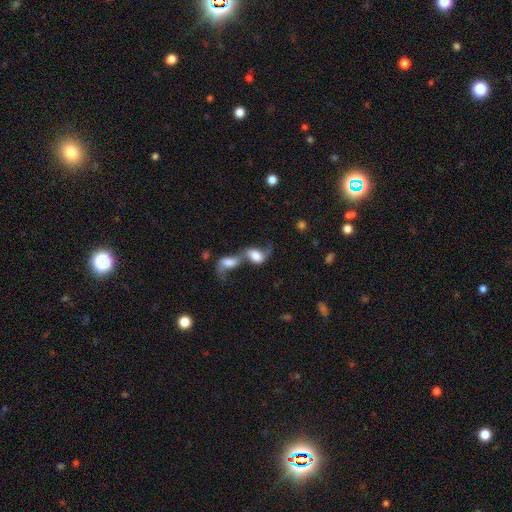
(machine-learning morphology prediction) This appears to be a smooth galaxy with no disk features (53%) that is in between round and cigar-shaped (79%). Merging: merger (78%).